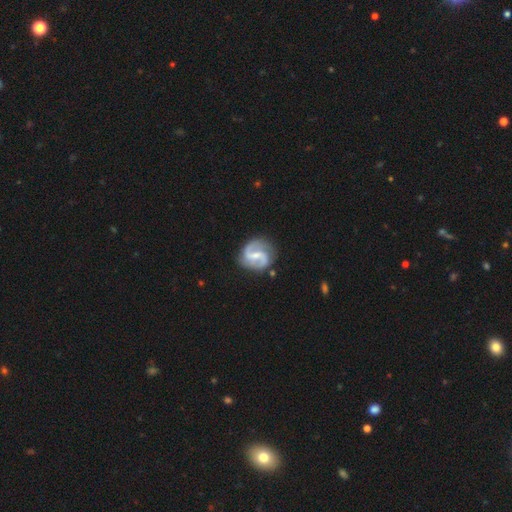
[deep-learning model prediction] This appears to be a featured or disk galaxy (88%) with a weak bar (50%), 2 (93%) medium (49%) spiral arms (97%) and a small central bulge (53%). Merging: none (79%).